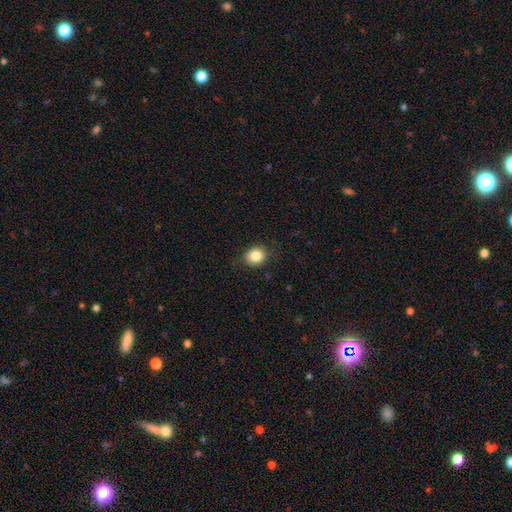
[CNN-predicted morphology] The model was most divided on "how rounded": round: 67%, in between: 32%, cigar-shaped: 1%. More confident: merging — none (84%); smooth or featured — smooth (84%).